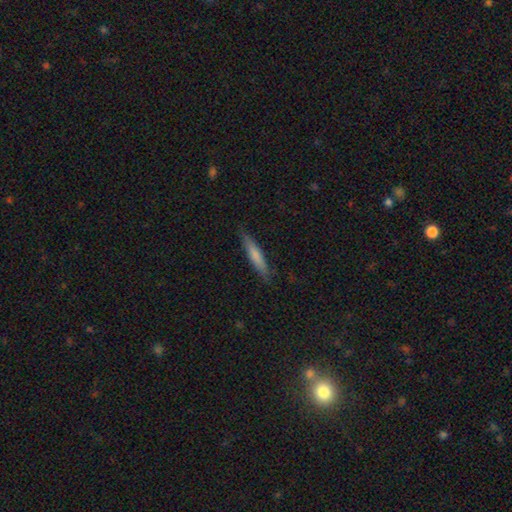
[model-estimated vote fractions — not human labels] smooth-or-featured: smooth: 71% | featured or disk: 23% | star or artifact: 6%
  how-rounded: cigar-shaped: 90% | in between: 8% | round: 1%
  merging: none: 85% | minor disturbance: 12% | major disturbance: 2% | merger: 1%